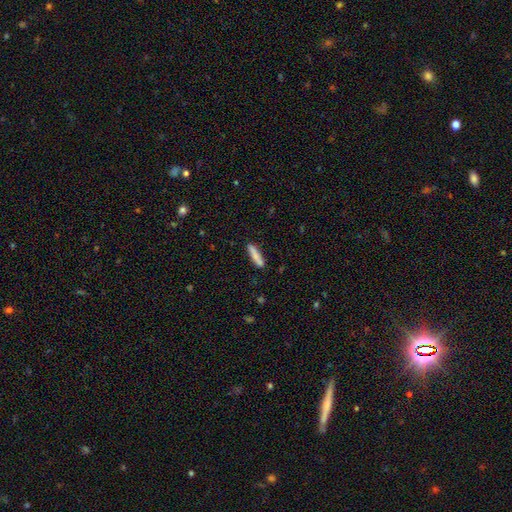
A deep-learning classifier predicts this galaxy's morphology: This appears to be a smooth galaxy with no disk features (83%) that is cigar-shaped (84%). Merging: none (87%).